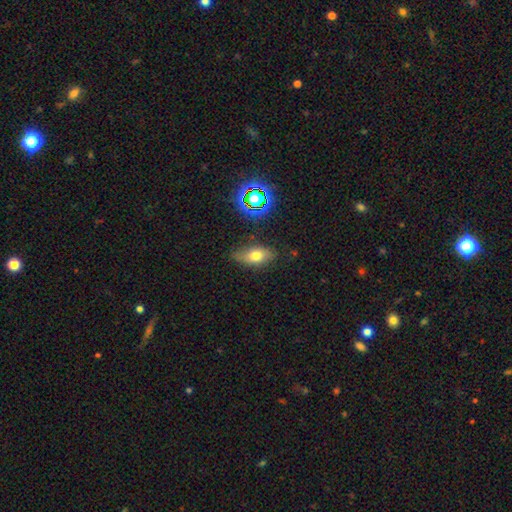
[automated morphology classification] Smooth or featured? Predicted: smooth (p=0.67). How rounded? Predicted: in between (p=0.82). Merging? Predicted: none (p=0.75).